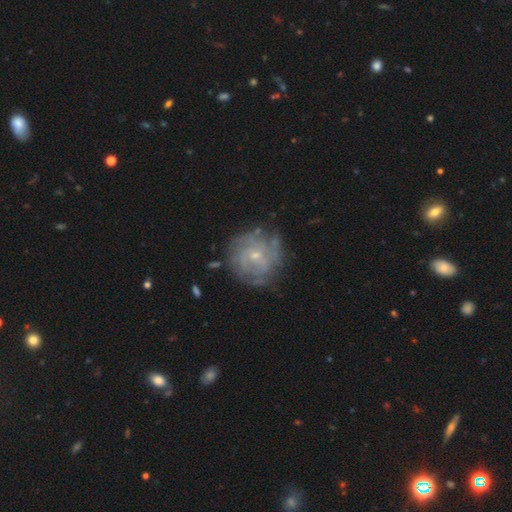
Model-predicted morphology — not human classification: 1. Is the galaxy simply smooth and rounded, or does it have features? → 70% featured or disk, 22% smooth, 8% star or artifact.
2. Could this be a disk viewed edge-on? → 97% no, 3% yes.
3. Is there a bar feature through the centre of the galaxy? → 70% no, 26% weak, 4% strong.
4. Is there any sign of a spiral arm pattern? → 71% yes, 29% no.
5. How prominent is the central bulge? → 71% small, 25% moderate, 2% none, 1% large, 1% dominant.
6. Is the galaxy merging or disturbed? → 69% none, 19% minor disturbance, 9% major disturbance, 3% merger.